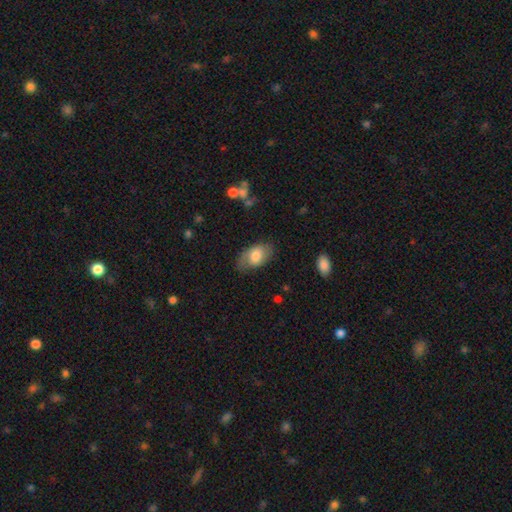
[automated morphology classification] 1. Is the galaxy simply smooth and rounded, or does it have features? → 66% smooth, 28% featured or disk, 7% star or artifact.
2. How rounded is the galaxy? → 92% in between, 6% round, 2% cigar-shaped.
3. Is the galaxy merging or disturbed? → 70% none, 22% minor disturbance, 7% major disturbance, 1% merger.